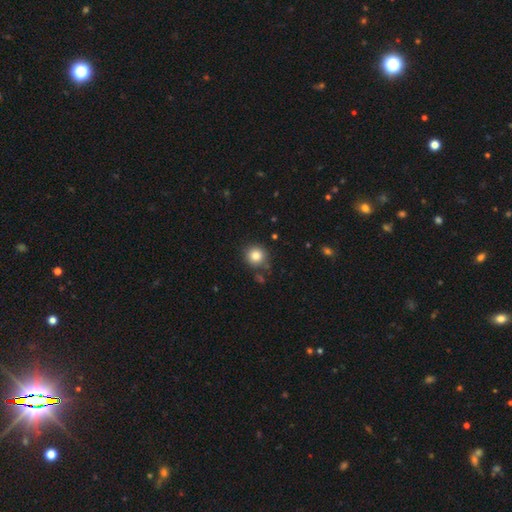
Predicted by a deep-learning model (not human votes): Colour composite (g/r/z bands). It shows a smooth galaxy with no disk features (83%) that is round (91%). Merging: none (79%).